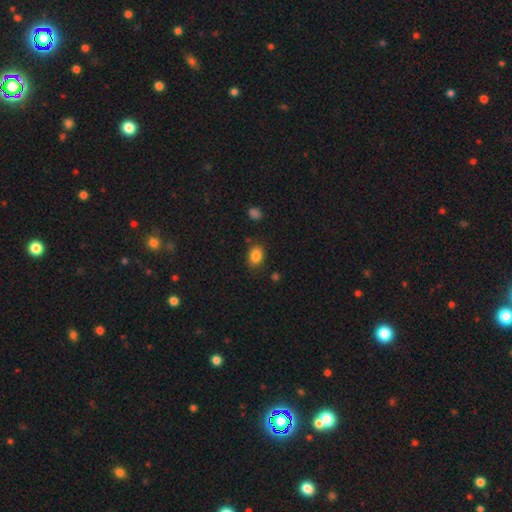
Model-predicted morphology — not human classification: The model was most divided on "how rounded": in between: 70%, round: 29%, cigar-shaped: 1%. More confident: smooth or featured — smooth (86%); merging — none (80%).